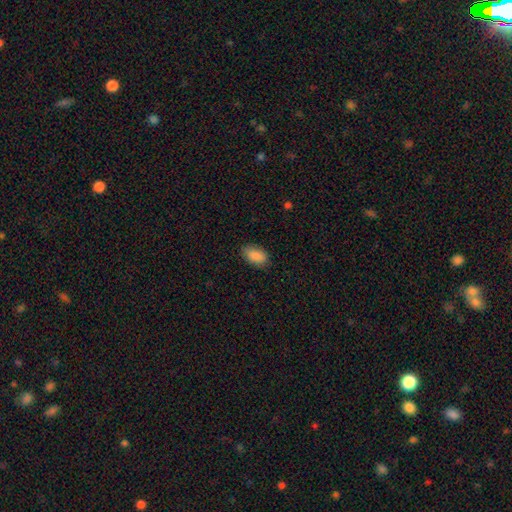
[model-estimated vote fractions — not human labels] Smooth or featured: smooth — 89% (star or artifact — 7%)
How rounded: in between — 93% (round — 5%)
Merging: none — 83% (minor disturbance — 13%)